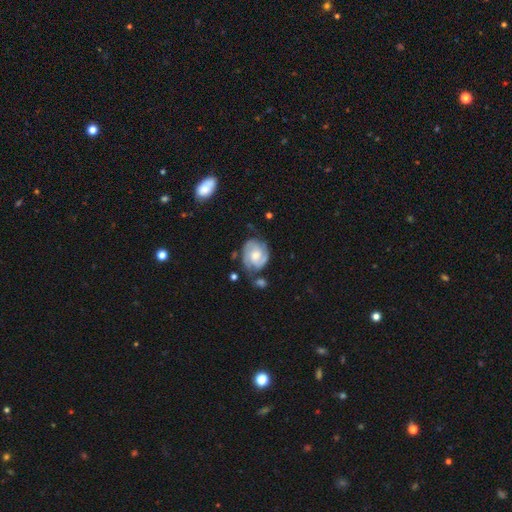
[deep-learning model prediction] Smooth or featured? featured or disk (78%)
Edge-on disk? no (97%)
Bar? no (61%)
Spiral arms? yes (94%)
Spiral winding? tight (54%)
Spiral arm count? 2 (62%)
Bulge size? moderate (61%)
Merging? none (58%)